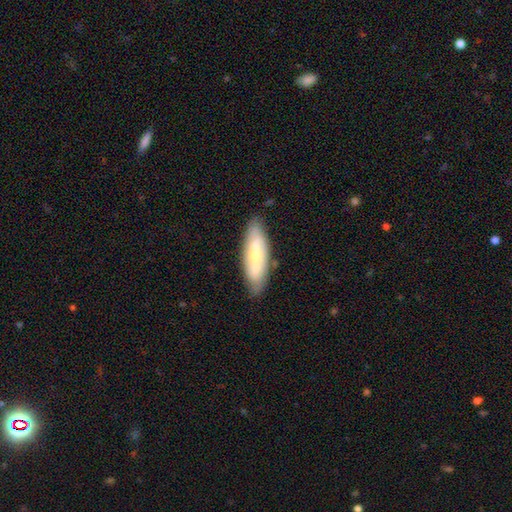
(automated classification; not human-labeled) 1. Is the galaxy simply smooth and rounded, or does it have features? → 54% featured or disk, 40% smooth, 6% star or artifact.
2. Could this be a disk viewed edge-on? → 65% no, 35% yes.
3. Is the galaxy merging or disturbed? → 82% none, 13% minor disturbance, 3% major disturbance, 1% merger.